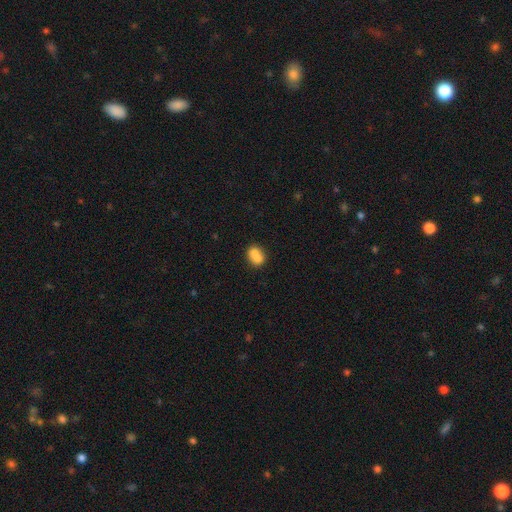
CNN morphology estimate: Smooth or featured? smooth (72%)
How rounded? round (54%)
Merging? merger (61%)